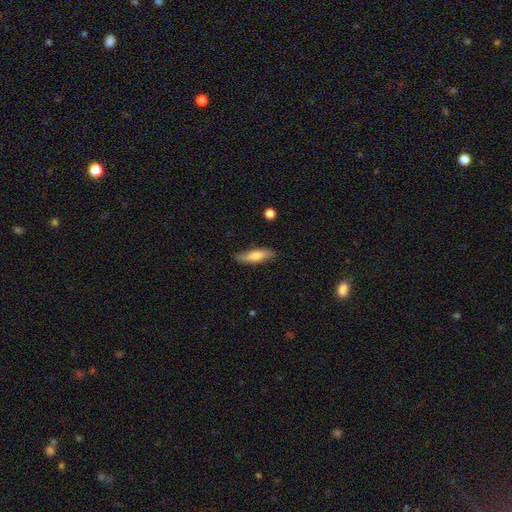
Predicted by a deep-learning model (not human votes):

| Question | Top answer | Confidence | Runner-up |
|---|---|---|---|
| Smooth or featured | smooth | 67% | featured or disk (27%) |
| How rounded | cigar-shaped | 59% | in between (38%) |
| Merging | none | 82% | minor disturbance (14%) |